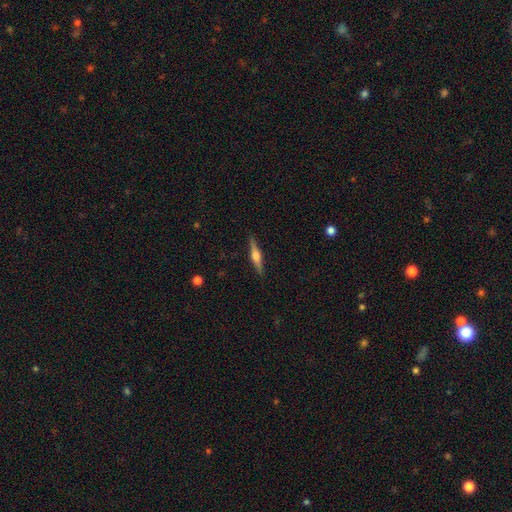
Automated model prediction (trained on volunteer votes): Overall: featured or disk (73%). Edge-on disk: yes (98%). Edge-on bulge: rounded (89%). Merging: none (90%).